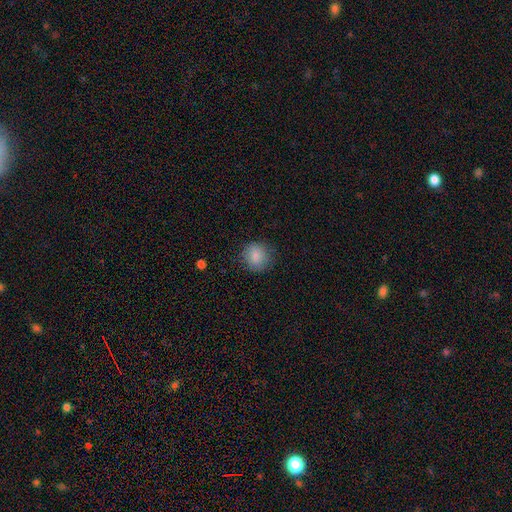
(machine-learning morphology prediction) smooth-or-featured: smooth: 86% | star or artifact: 8% | featured or disk: 6%
  how-rounded: round: 85% | in between: 14% | cigar-shaped: 1%
  merging: none: 82% | minor disturbance: 13% | major disturbance: 4% | merger: 1%